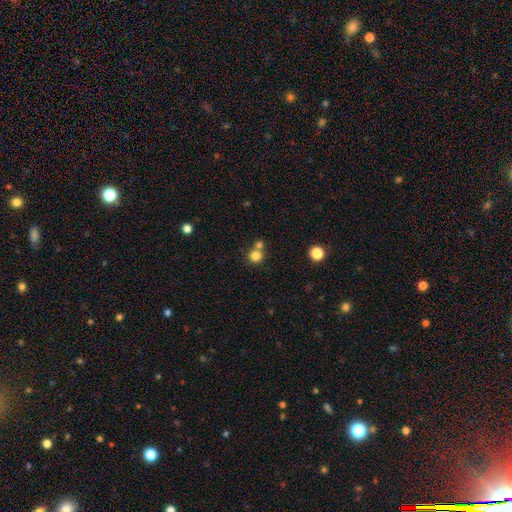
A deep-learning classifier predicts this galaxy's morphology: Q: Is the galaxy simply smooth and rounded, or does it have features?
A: smooth — 81%.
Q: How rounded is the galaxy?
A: round — 91%.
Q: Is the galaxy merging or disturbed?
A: none — 61%.